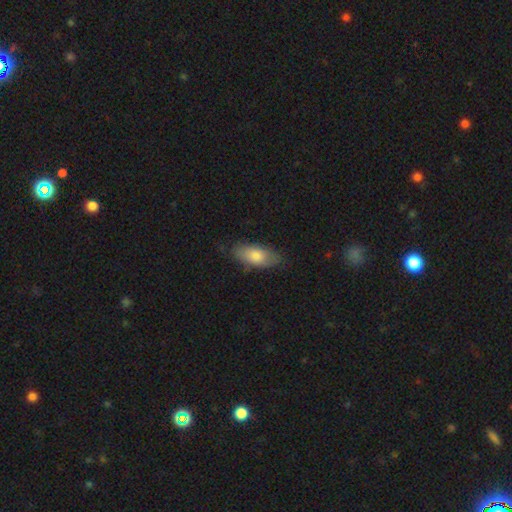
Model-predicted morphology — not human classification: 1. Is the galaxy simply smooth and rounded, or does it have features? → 76% smooth, 18% featured or disk, 6% star or artifact.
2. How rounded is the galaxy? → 85% in between, 13% cigar-shaped, 3% round.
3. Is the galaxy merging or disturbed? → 76% none, 19% minor disturbance, 4% major disturbance, 1% merger.